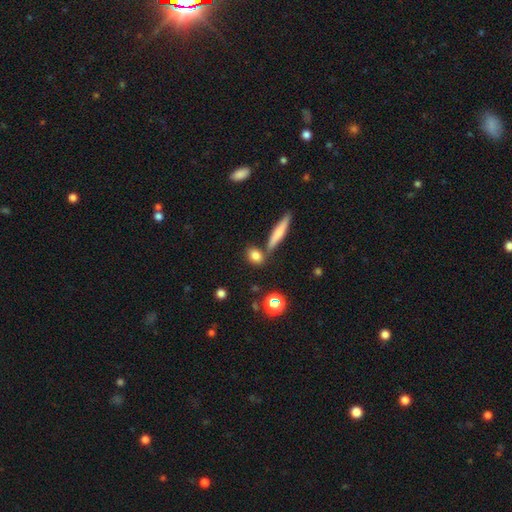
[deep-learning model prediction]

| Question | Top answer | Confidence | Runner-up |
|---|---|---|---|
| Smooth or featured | smooth | 80% | star or artifact (10%) |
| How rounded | in between | 47% | round (39%) |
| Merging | none | 72% | merger (14%) |